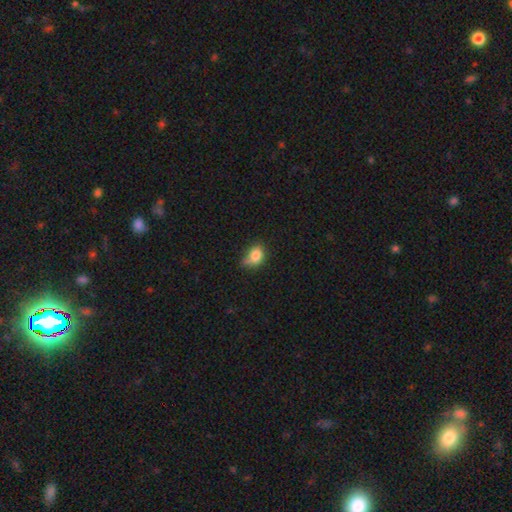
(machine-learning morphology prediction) A smooth galaxy with no disk features (81%) that is in between round and cigar-shaped (58%). Merging: none (43%).